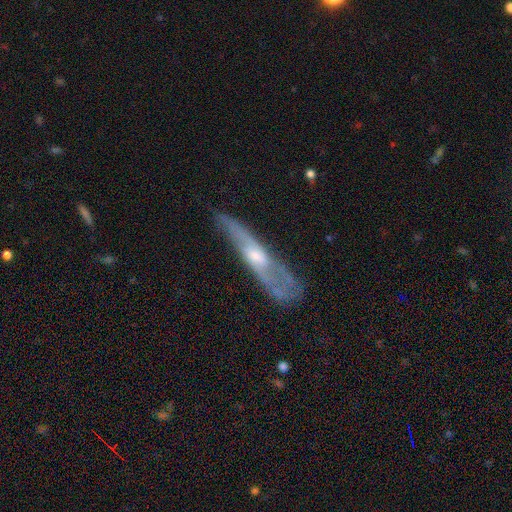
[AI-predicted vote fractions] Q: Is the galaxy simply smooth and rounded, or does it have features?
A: featured or disk — 71%.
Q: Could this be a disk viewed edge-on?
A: yes — 60%.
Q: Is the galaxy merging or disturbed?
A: none — 59%.